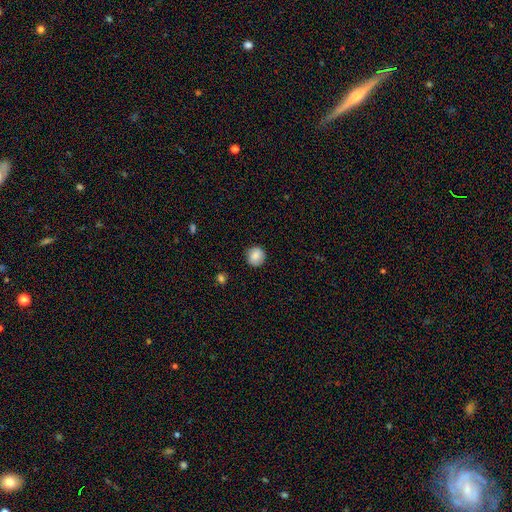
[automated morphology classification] smooth_or_featured: smooth (p=0.84) [alt: star or artifact p=0.08]
how_rounded: round (p=0.91) [alt: in between p=0.08]
merging: none (p=0.88) [alt: minor disturbance p=0.09]